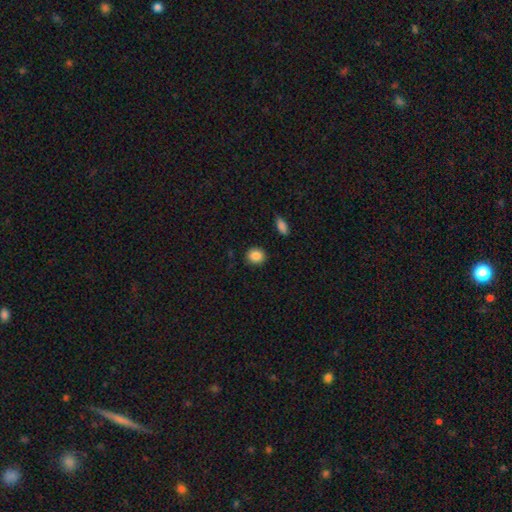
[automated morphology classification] This appears to be a smooth galaxy with no disk features (88%) that is round (77%). Merging: none (88%).